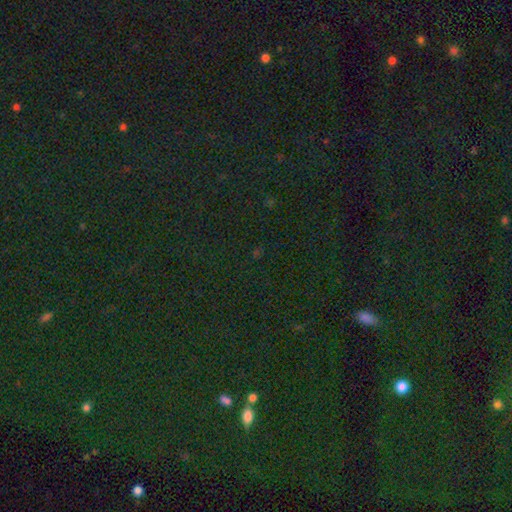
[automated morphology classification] A star or artifact, not a galaxy (77%).